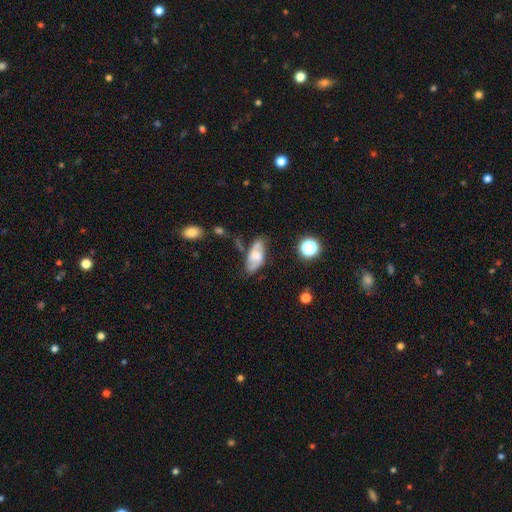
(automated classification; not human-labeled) featured or disk 51%, smooth 40%, star or artifact 9%. Down the decision tree: edge-on disk — no (86%); merging — none (58%).